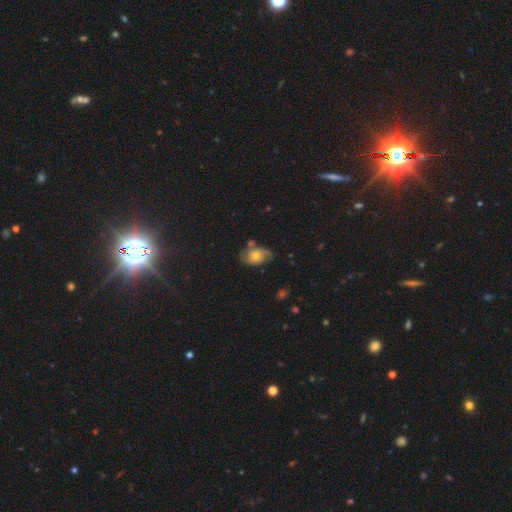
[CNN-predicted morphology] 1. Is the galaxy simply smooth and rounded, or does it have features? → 54% featured or disk, 36% smooth, 10% star or artifact.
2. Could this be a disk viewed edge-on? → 95% no, 5% yes.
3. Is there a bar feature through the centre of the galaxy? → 76% no, 21% weak, 3% strong.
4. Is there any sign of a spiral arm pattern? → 81% yes, 19% no.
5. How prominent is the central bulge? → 63% moderate, 27% small, 6% large, 2% none, 1% dominant.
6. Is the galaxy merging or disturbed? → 67% none, 21% minor disturbance, 7% major disturbance, 6% merger.